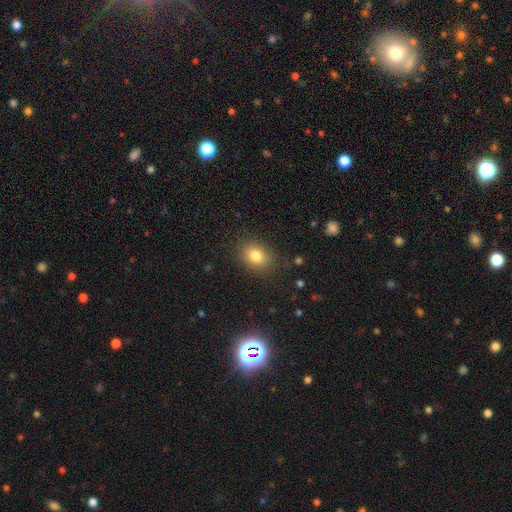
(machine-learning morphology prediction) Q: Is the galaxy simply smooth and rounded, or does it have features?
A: smooth — 81%.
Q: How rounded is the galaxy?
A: in between — 62%.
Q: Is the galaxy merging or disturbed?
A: none — 84%.